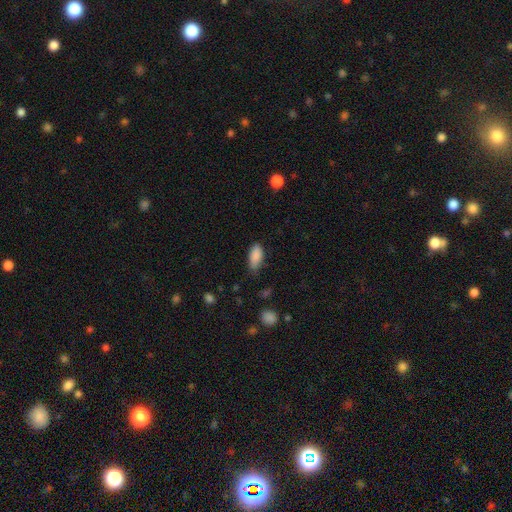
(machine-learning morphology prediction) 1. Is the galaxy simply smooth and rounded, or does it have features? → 88% smooth, 7% star or artifact, 5% featured or disk.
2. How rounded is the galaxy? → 89% in between, 9% cigar-shaped, 2% round.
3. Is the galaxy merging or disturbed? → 68% none, 25% minor disturbance, 5% major disturbance, 2% merger.